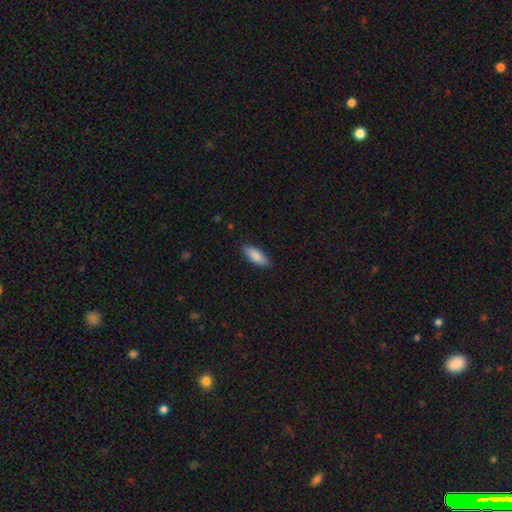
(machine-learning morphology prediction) type=smooth (87%); roundness=in between (70%); merging=none (86%).